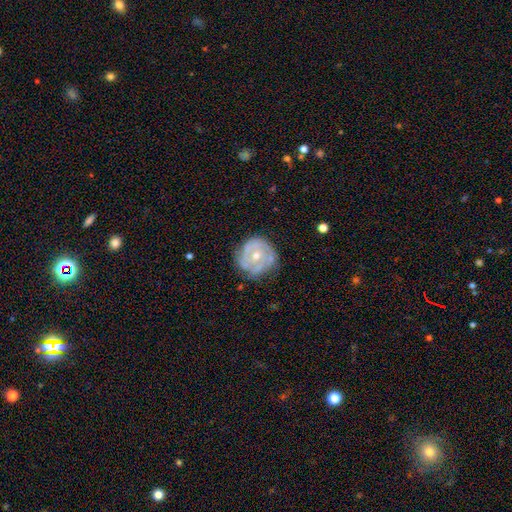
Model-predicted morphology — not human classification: This is likely a featured or disk galaxy (71%). It is clearly not viewed edge-on (97%). Bar: clearly no (81%). Spiral arm pattern: likely yes (73%). Spiral arm count: marginally can't tell (43%). Spiral winding: likely tight (66%). Central bulge: possibly moderate (54%). Merging: likely none (67%).